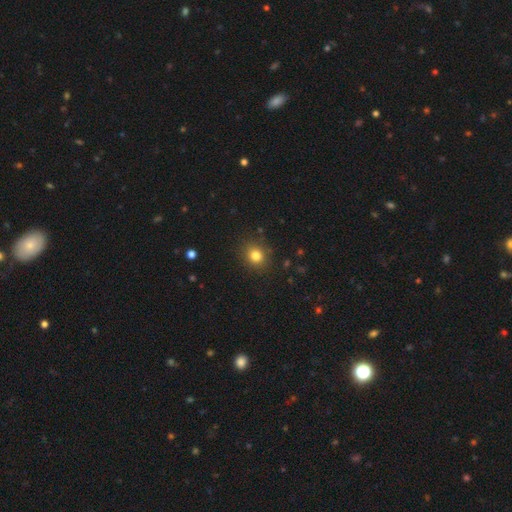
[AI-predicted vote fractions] Smooth or featured? Predicted: smooth (p=0.81). How rounded? Predicted: round (p=0.75). Merging? Predicted: none (p=0.87).